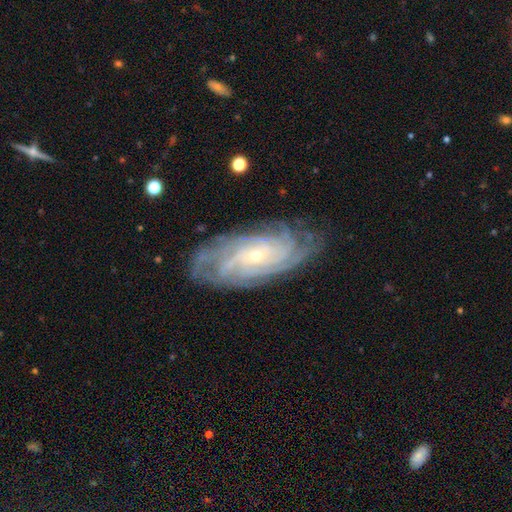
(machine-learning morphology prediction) The model was most divided on "spiral arm count": 4: 26%, can't tell: 24%, more than 4: 24%, 3: 11%, 2: 8%, 1: 6%. More confident: spiral arms — yes (97%); edge-on disk — no (94%); smooth or featured — featured or disk (88%); merging — none (79%); bulge size — small (77%); spiral winding — tight (75%); bar — no (68%).